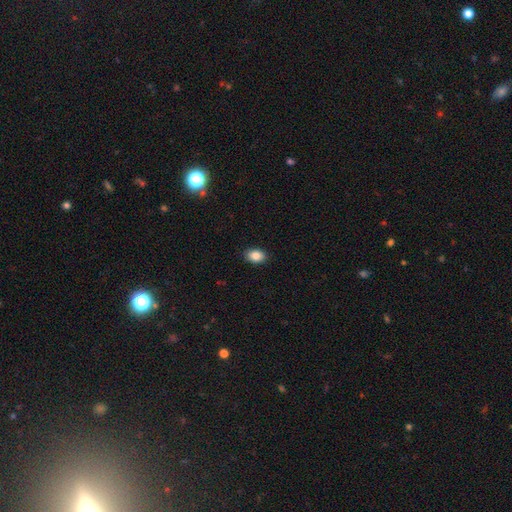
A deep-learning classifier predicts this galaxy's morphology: smooth-or-featured: smooth: 87% | star or artifact: 8% | featured or disk: 5%
  how-rounded: in between: 80% | round: 19% | cigar-shaped: 1%
  merging: none: 89% | minor disturbance: 8% | major disturbance: 2% | merger: 1%